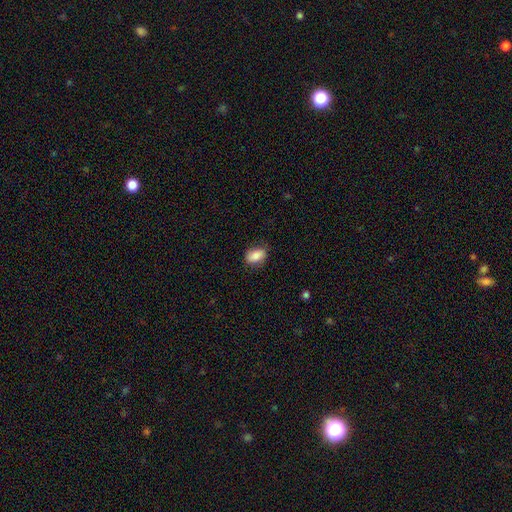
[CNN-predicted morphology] The model was most divided on "merging": none: 79%, minor disturbance: 16%, major disturbance: 4%, merger: 1%. More confident: smooth or featured — smooth (86%); how rounded — in between (86%).